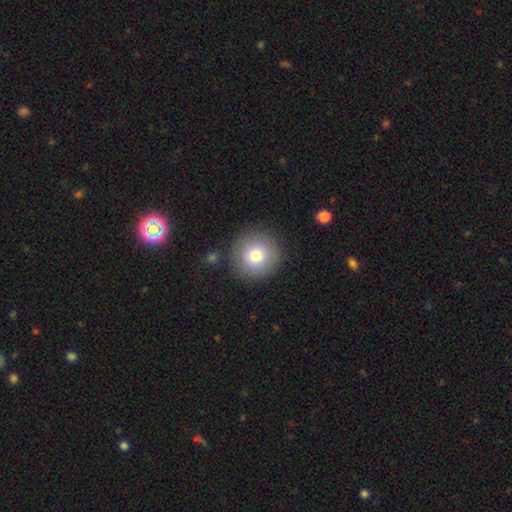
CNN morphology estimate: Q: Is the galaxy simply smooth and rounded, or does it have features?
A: smooth — 78%.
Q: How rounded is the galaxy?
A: round — 96%.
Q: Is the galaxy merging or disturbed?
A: none — 88%.